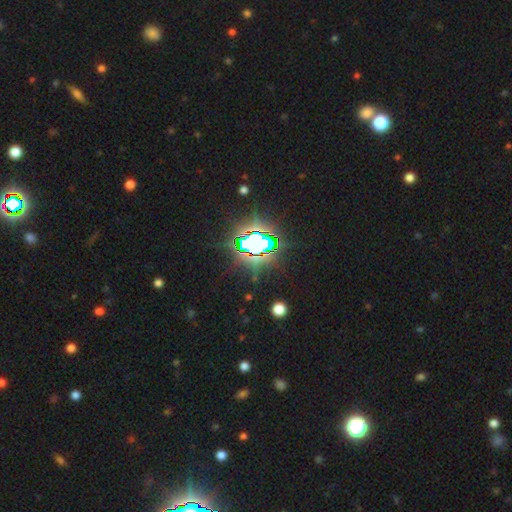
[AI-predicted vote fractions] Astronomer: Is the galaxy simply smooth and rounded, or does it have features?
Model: star or artifact — 81%.